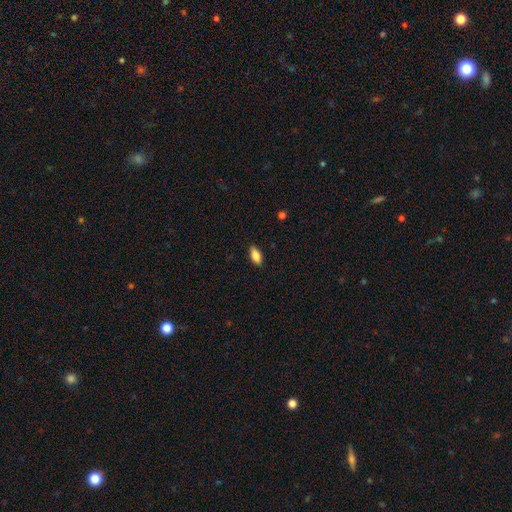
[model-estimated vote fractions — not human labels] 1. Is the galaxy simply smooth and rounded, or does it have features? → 84% smooth, 9% featured or disk, 7% star or artifact.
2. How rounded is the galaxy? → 88% in between, 9% cigar-shaped, 3% round.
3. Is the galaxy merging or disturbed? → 87% none, 10% minor disturbance, 2% major disturbance, 1% merger.